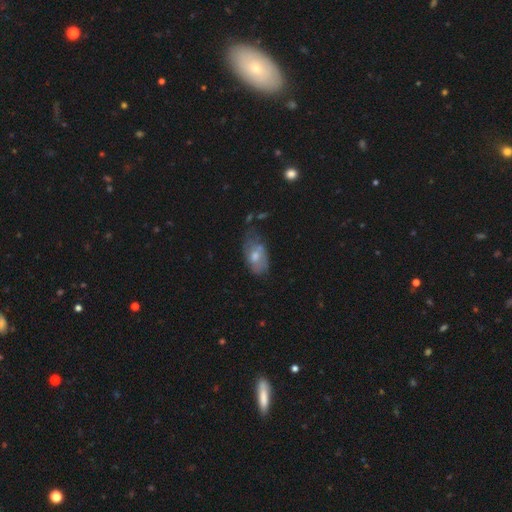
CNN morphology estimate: The model was most divided on "merging": none: 41%, minor disturbance: 36%, major disturbance: 16%, merger: 7%. More confident: how rounded — in between (91%); smooth or featured — smooth (57%).